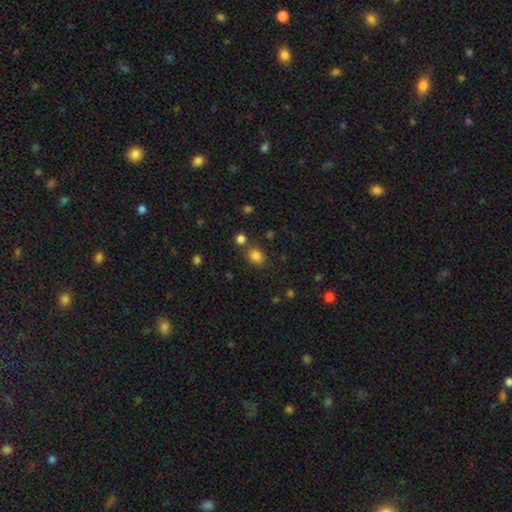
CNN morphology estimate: type=smooth (82%); roundness=in between (54%); merging=none (73%).